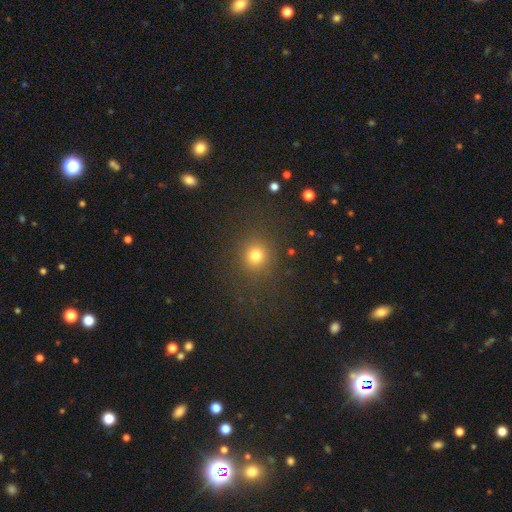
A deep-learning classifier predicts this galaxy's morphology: Smooth or featured? smooth (74%)
How rounded? round (88%)
Merging? none (86%)